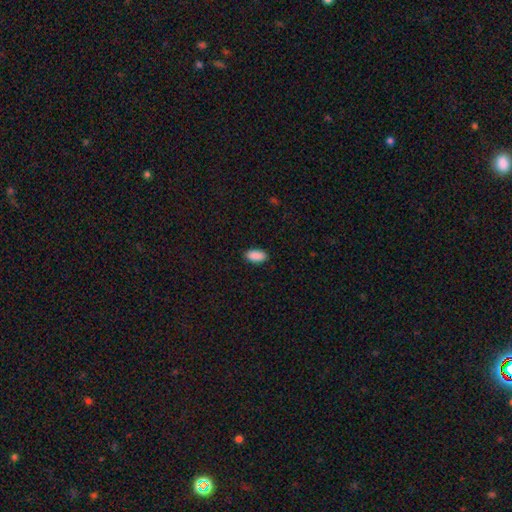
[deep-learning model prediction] Morphology: type=smooth (91%); roundness=in between (92%); merging=none (89%).